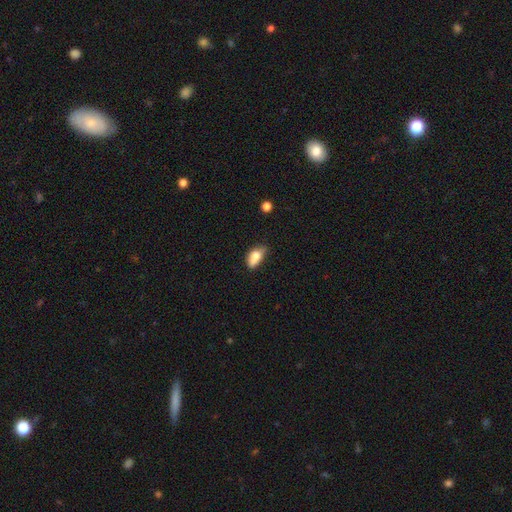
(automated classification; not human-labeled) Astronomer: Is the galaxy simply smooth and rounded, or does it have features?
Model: smooth — 71%.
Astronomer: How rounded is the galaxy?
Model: in between — 84%.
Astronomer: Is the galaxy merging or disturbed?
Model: none — 38% (runner-up: minor disturbance, 31%).